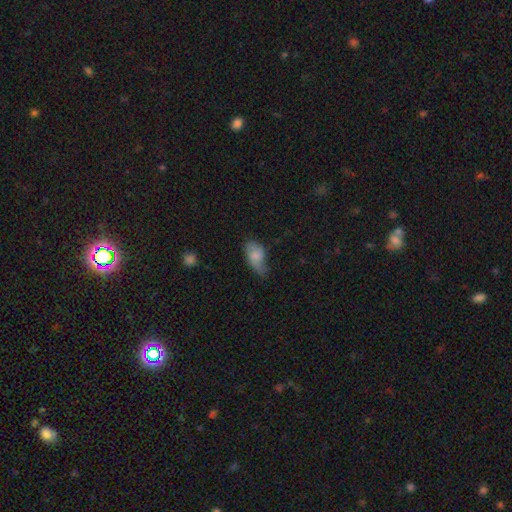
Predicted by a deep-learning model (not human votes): Q: Smooth or featured?
A: smooth (74%); runner-up: featured or disk (18%)
Q: How rounded?
A: in between (91%); runner-up: round (5%)
Q: Merging?
A: minor disturbance (41%); runner-up: none (40%)